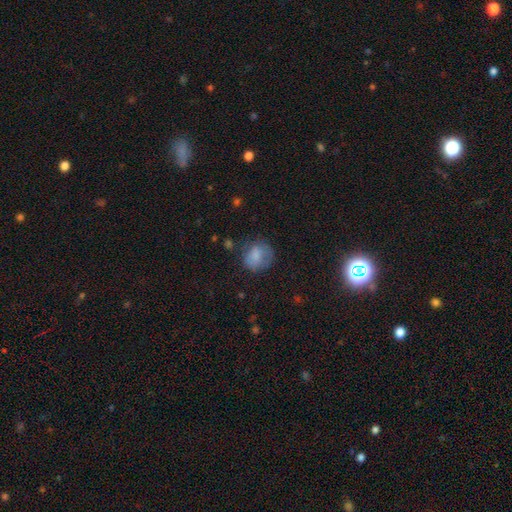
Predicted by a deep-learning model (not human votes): Morphology: type=smooth (75%); roundness=round (77%); merging=none (60%).